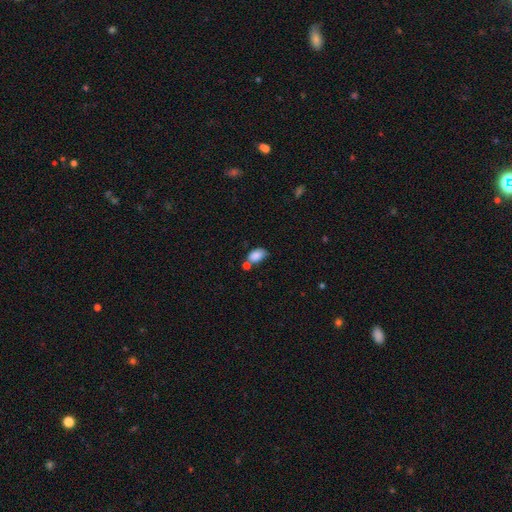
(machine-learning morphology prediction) Smooth or featured: smooth — 85% (star or artifact — 8%)
How rounded: in between — 89% (round — 10%)
Merging: none — 47% (merger — 26%)